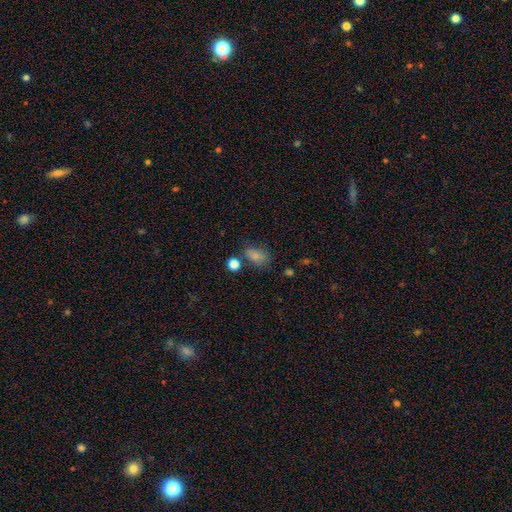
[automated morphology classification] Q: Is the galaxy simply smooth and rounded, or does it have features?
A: smooth — 80%.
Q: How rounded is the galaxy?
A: in between — 80%.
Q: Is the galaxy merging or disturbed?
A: none — 61%.